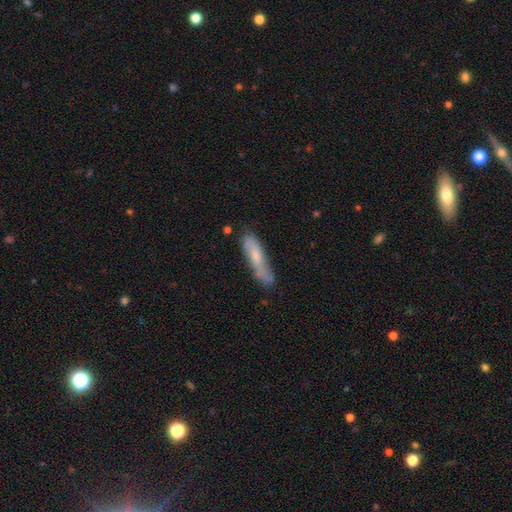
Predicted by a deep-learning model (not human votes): Smooth or featured? Predicted: smooth (p=0.54). How rounded? Predicted: cigar-shaped (p=0.78). Merging? Predicted: none (p=0.66).